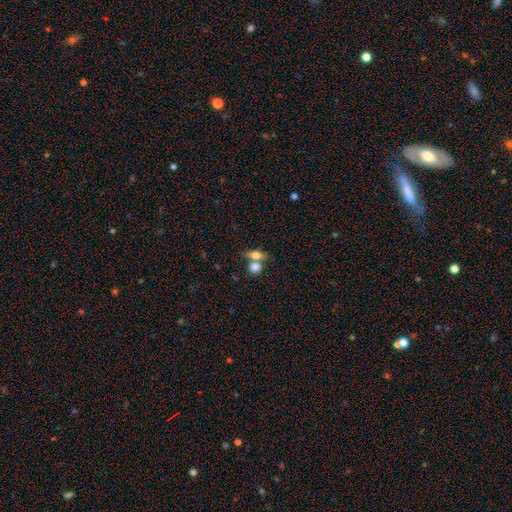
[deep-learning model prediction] smooth 72%, featured or disk 19%, star or artifact 9%. Down the decision tree: how rounded — in between (66%); merging — merger (44%).